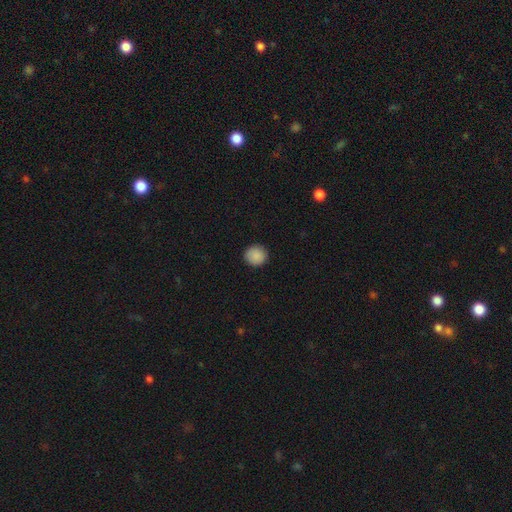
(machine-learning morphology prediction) This appears to be a smooth galaxy with no disk features (89%) that is round (94%). Merging: none (92%).